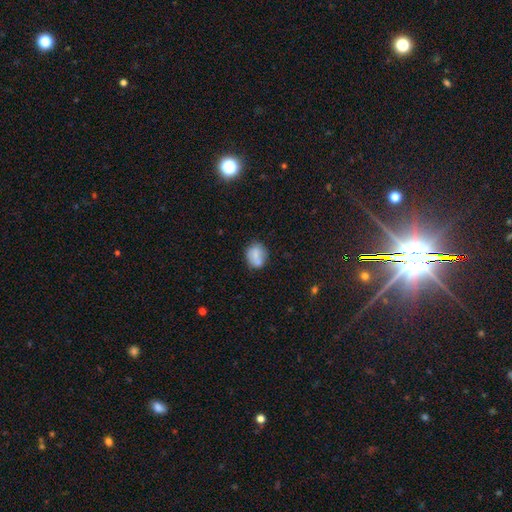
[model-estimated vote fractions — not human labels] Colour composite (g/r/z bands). It shows a smooth galaxy with no disk features (75%) that is round (54%). Merging: none (62%).